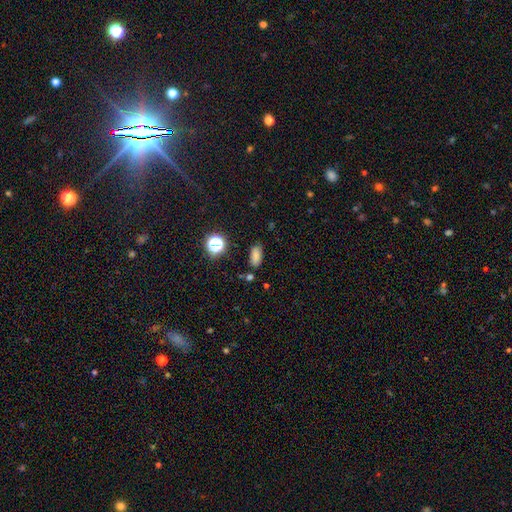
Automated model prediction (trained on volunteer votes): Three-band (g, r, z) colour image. It shows a smooth galaxy with no disk features (80%) that is in between round and cigar-shaped (85%). Merging: none (80%).